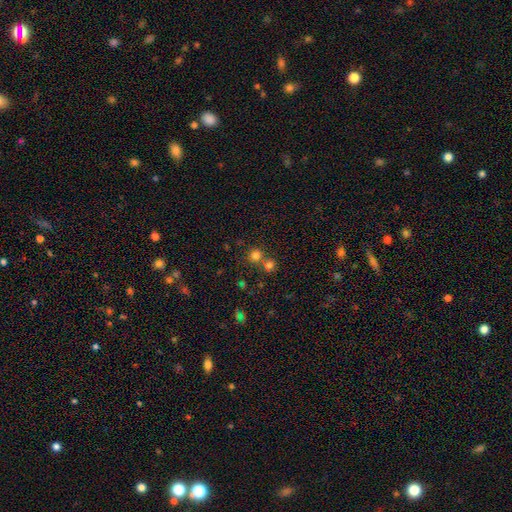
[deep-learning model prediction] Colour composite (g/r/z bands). It shows a smooth galaxy with no disk features (75%) that is round (91%). Merging: none (63%).